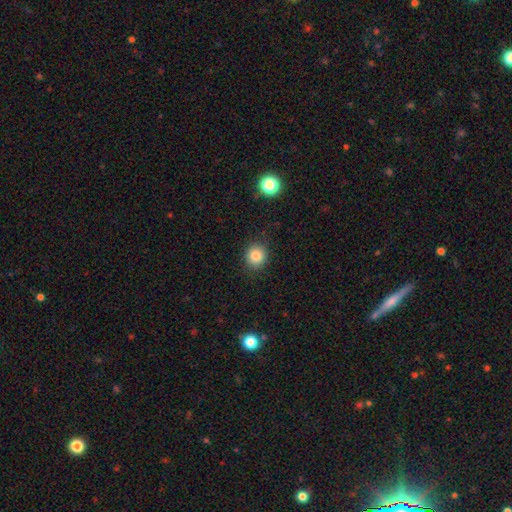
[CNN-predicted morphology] Smooth or featured: smooth — 83% (star or artifact — 11%)
How rounded: round — 85% (in between — 14%)
Merging: none — 88% (minor disturbance — 8%)